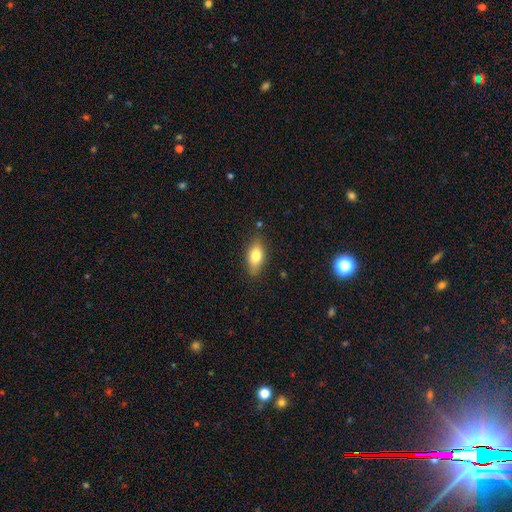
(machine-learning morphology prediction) A smooth galaxy with no disk features (76%) that is in between round and cigar-shaped (84%).

Vote fractions:
- Smooth or featured? smooth: 76% / featured or disk: 16% / star or artifact: 7%
- How rounded? in between: 84% / cigar-shaped: 11% / round: 5%
- Merging? none: 83% / minor disturbance: 13% / major disturbance: 3% / merger: 1%